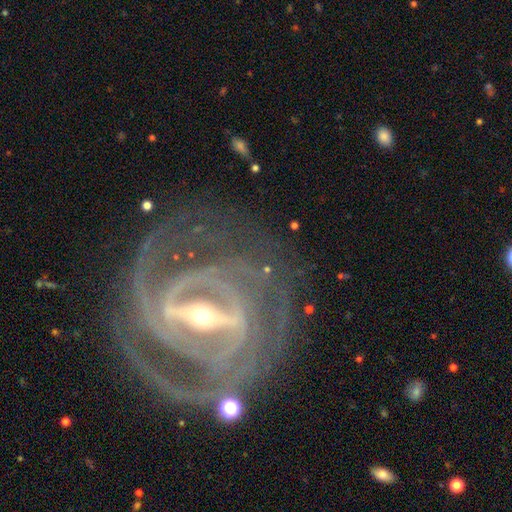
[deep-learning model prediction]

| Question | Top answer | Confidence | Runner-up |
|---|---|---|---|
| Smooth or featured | featured or disk | 92% | star or artifact (5%) |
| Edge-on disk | no | 94% | yes (6%) |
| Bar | strong | 84% | weak (12%) |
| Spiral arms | yes | 96% | no (4%) |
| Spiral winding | tight | 65% | medium (29%) |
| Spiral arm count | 2 | 28% | 3 (22%) |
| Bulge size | small | 65% | moderate (30%) |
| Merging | none | 70% | minor disturbance (14%) |